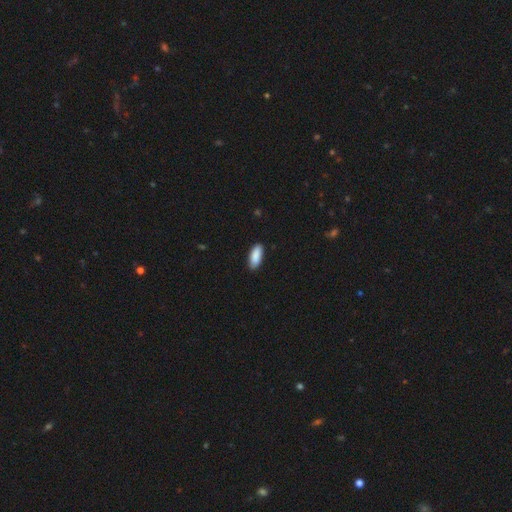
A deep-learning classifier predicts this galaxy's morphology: type=smooth (90%); roundness=in between (81%); merging=none (86%).